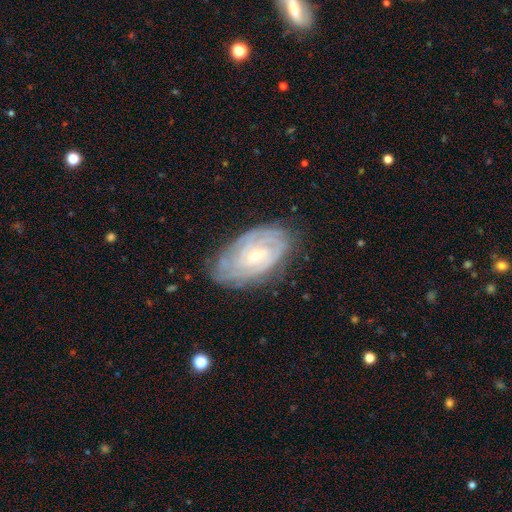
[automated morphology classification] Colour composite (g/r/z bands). It shows a featured or disk galaxy (83%) with no bar (55%), tight (80%) spiral arms (95%) and a small central bulge (73%). Merging: none (76%).